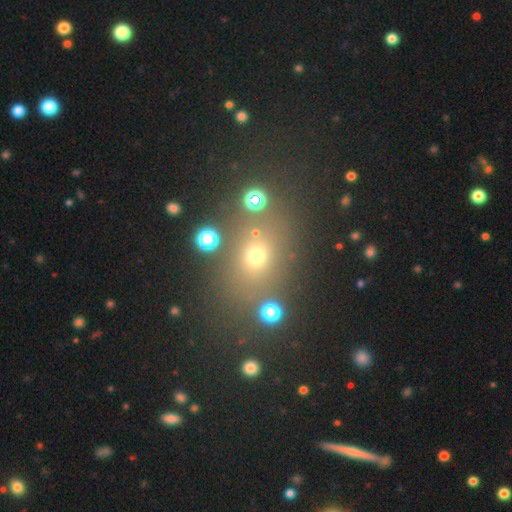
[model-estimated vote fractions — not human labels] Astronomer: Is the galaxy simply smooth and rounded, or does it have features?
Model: smooth — 61%.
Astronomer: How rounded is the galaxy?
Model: round — 53% (runner-up: in between, 45%).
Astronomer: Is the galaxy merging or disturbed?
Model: none — 75%.